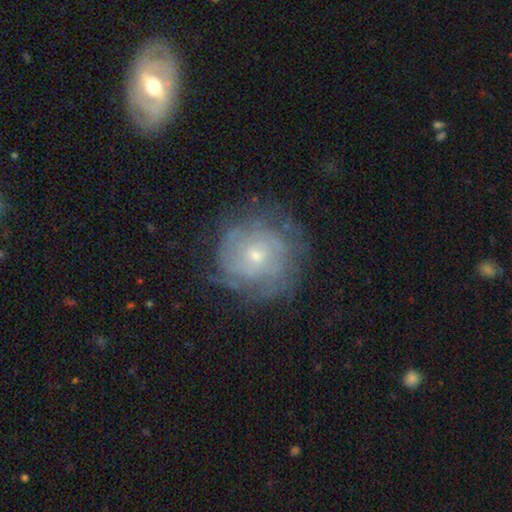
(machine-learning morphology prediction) Smooth or featured?
  - featured or disk: 69% *
  - smooth: 22%
  - star or artifact: 9%
Edge-on disk?
  - no: 97% *
  - yes: 3%
Bar?
  - no: 78% *
  - weak: 19%
  - strong: 3%
Spiral arms?
  - yes: 81% *
  - no: 19%
Spiral winding?
  - tight: 66% *
  - medium: 25%
  - loose: 9%
Spiral arm count?
  - can't tell: 55% *
  - 2: 14%
  - 3: 11%
  - 4: 9%
  - more than 4: 6%
  - 1: 5%
Bulge size?
  - small: 68% *
  - moderate: 28%
  - large: 2%
  - none: 2%
  - dominant: 1%
Merging?
  - none: 68% *
  - minor disturbance: 19%
  - major disturbance: 12%
  - merger: 1%